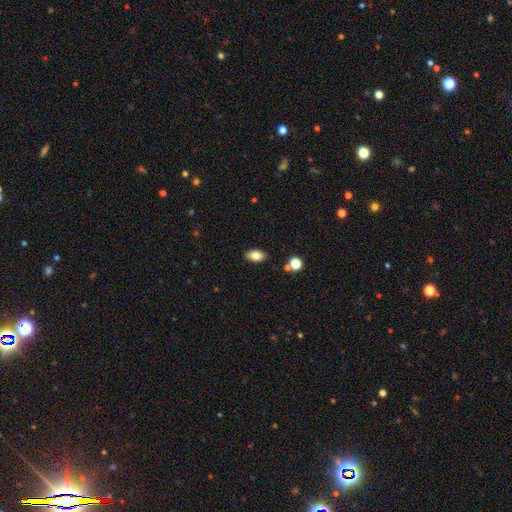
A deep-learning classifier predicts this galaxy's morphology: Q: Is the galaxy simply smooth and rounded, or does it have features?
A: smooth — 80%.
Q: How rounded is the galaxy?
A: in between — 90%.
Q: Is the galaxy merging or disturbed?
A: none — 87%.